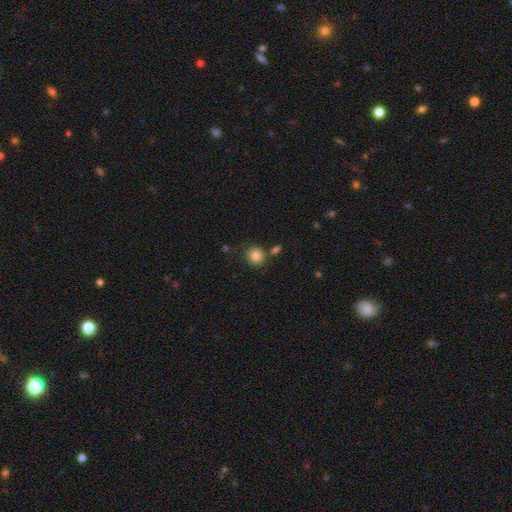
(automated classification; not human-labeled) Smooth or featured? Predicted: smooth (p=0.83). How rounded? Predicted: round (p=0.85). Merging? Predicted: none (p=0.74).